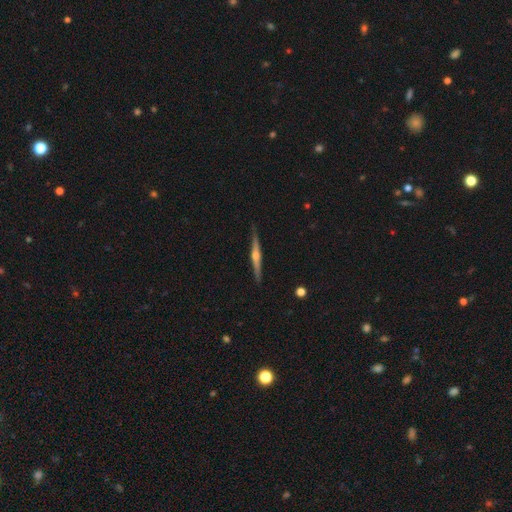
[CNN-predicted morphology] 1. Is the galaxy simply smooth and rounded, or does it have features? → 77% featured or disk, 18% smooth, 5% star or artifact.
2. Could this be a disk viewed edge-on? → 98% yes, 2% no.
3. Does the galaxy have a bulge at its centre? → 89% rounded, 6% none, 5% boxy.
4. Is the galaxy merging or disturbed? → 90% none, 8% minor disturbance, 1% major disturbance, 1% merger.